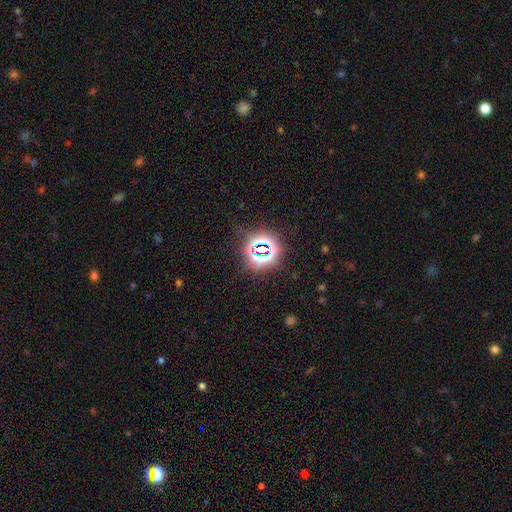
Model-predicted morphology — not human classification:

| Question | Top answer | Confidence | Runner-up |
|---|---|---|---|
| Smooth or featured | star or artifact | 75% | smooth (17%) |